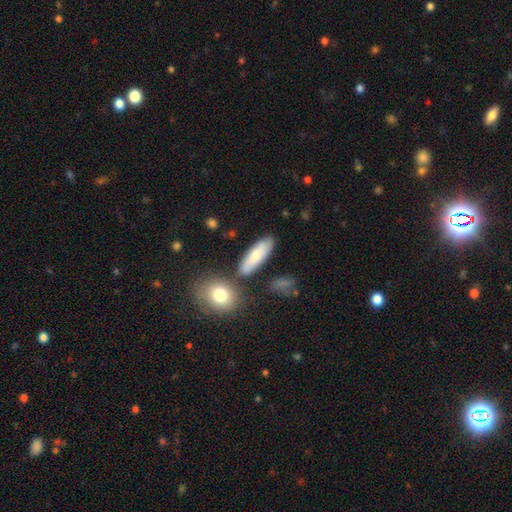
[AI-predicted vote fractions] smooth-or-featured: smooth: 72% | featured or disk: 22% | star or artifact: 7%
  how-rounded: in between: 54% | cigar-shaped: 43% | round: 4%
  merging: none: 77% | minor disturbance: 12% | merger: 8% | major disturbance: 3%